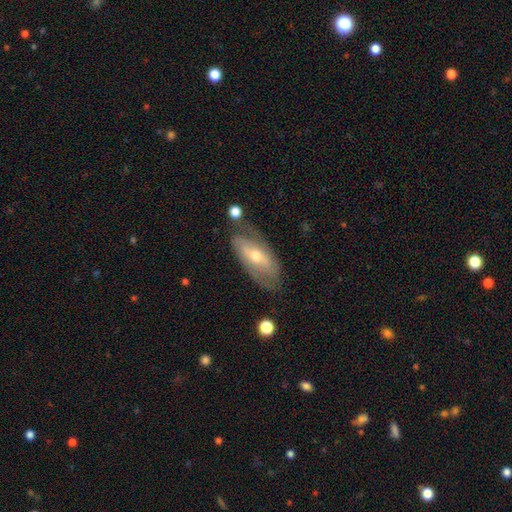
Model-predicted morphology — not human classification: Q: Smooth or featured?
A: featured or disk (70%); runner-up: smooth (23%)
Q: Edge-on disk?
A: no (87%); runner-up: yes (13%)
Q: Bar?
A: no (44%); runner-up: weak (35%)
Q: Spiral arms?
A: yes (79%); runner-up: no (21%)
Q: Bulge size?
A: moderate (54%); runner-up: small (42%)
Q: Merging?
A: none (67%); runner-up: minor disturbance (21%)